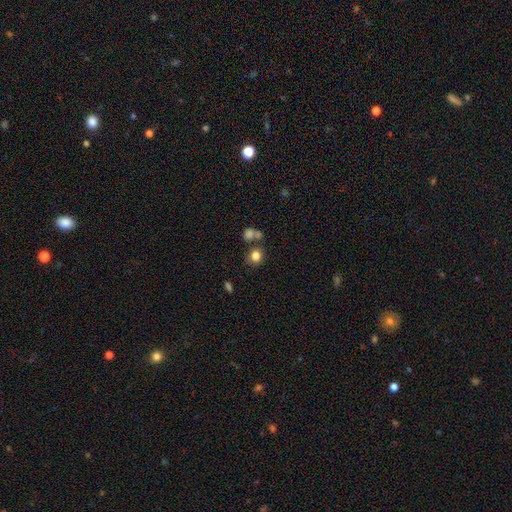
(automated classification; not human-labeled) A smooth galaxy with no disk features (81%) that is round (72%). Merging: none (62%).